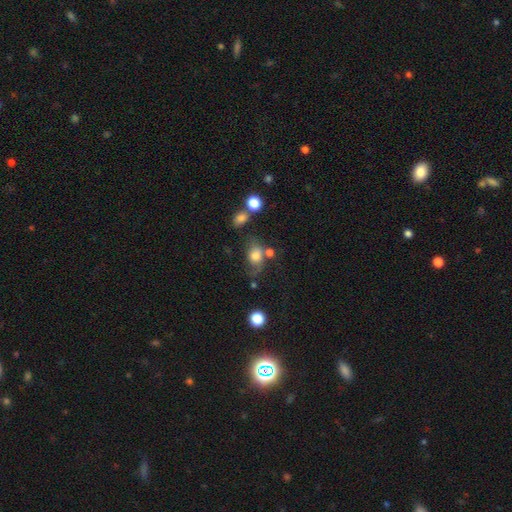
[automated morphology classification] Overall: smooth (72%). How rounded: in between (59%; round 40%). Merging: none (45%; minor disturbance 25%).